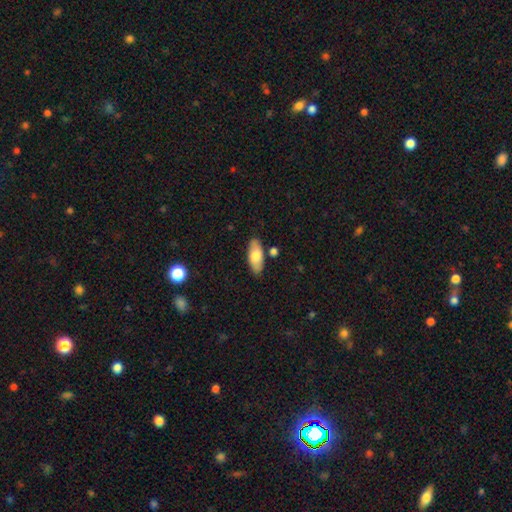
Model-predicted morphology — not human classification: Q: Smooth or featured?
A: smooth (72%); runner-up: featured or disk (22%)
Q: How rounded?
A: in between (82%); runner-up: cigar-shaped (15%)
Q: Merging?
A: none (83%); runner-up: minor disturbance (11%)